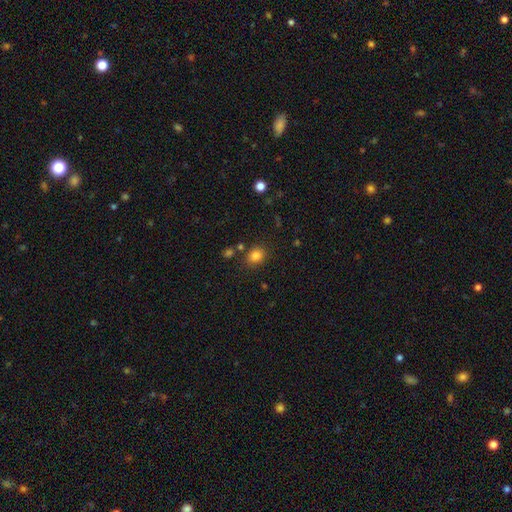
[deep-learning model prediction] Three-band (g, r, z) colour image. It shows a smooth galaxy with no disk features (83%) that is round (59%). Merging: none (80%).